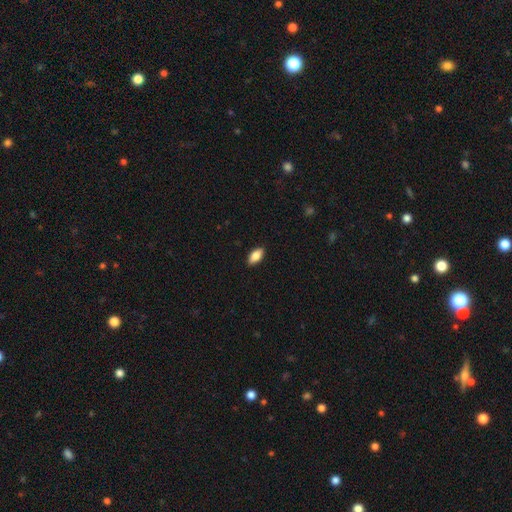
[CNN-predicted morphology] smooth 84%, featured or disk 9%, star or artifact 7%. Down the decision tree: how rounded — in between (91%); merging — none (89%).